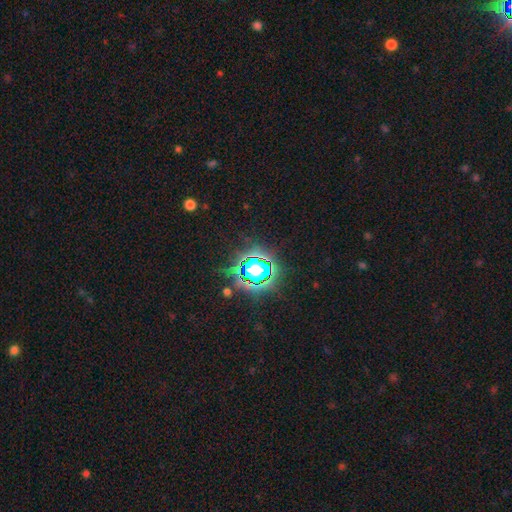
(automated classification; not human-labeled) A star or artifact, not a galaxy (85%).